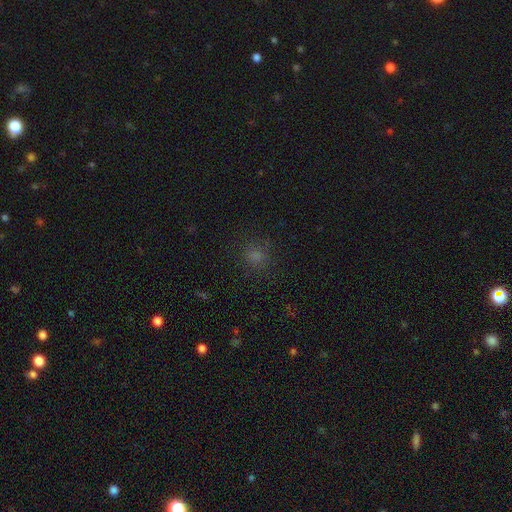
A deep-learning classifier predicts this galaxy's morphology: A smooth galaxy with no disk features (73%) that is round (79%).

Vote fractions:
- Smooth or featured? smooth: 73% / star or artifact: 22% / featured or disk: 5%
- How rounded? round: 79% / in between: 19% / cigar-shaped: 1%
- Merging? none: 82% / minor disturbance: 11% / major disturbance: 5% / merger: 1%